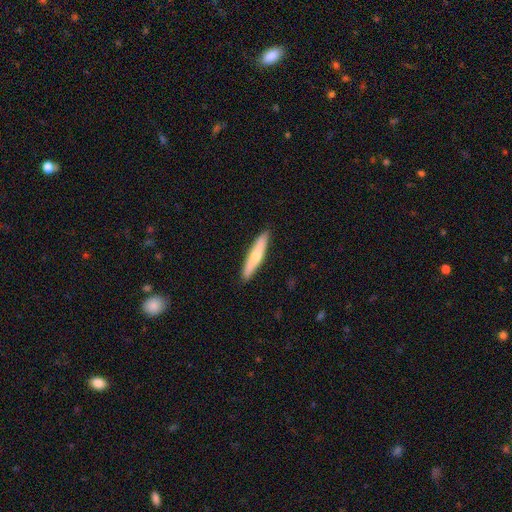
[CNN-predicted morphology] smooth_or_featured: smooth (p=0.61) [alt: featured or disk p=0.34]
how_rounded: cigar-shaped (p=0.89) [alt: in between p=0.10]
merging: none (p=0.90) [alt: minor disturbance p=0.07]